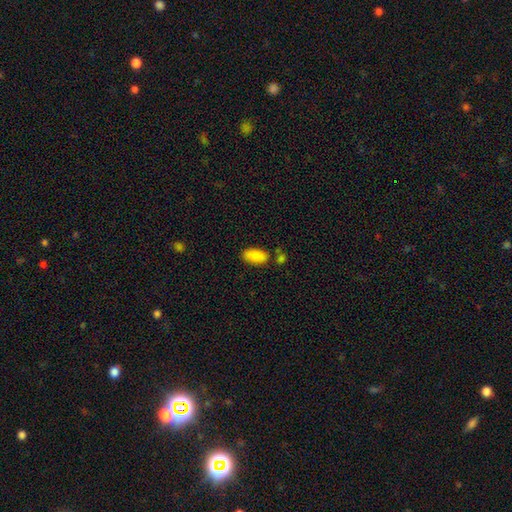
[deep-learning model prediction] A smooth galaxy with no disk features (88%) that is in between round and cigar-shaped (93%). Merging: none (72%).